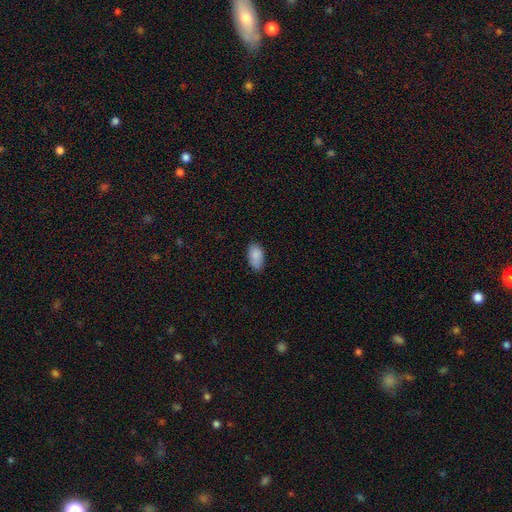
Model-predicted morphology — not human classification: Smooth or featured?
  - smooth: 88% *
  - star or artifact: 7%
  - featured or disk: 5%
How rounded?
  - in between: 94% *
  - round: 4%
  - cigar-shaped: 2%
Merging?
  - none: 77% *
  - minor disturbance: 19%
  - major disturbance: 3%
  - merger: 1%